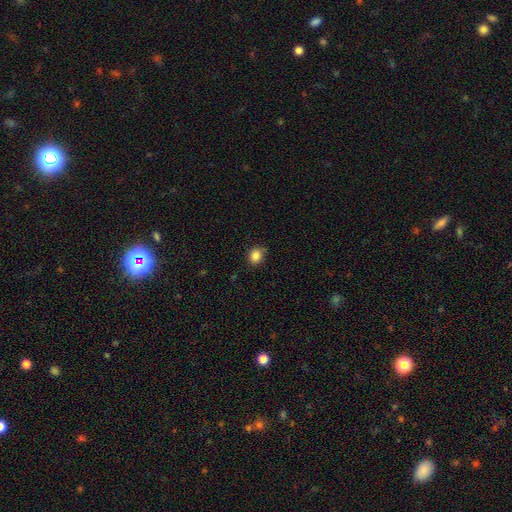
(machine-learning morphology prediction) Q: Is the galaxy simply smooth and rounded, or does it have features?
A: smooth — 85%.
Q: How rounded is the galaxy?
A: round — 77%.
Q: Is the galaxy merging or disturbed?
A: none — 82%.